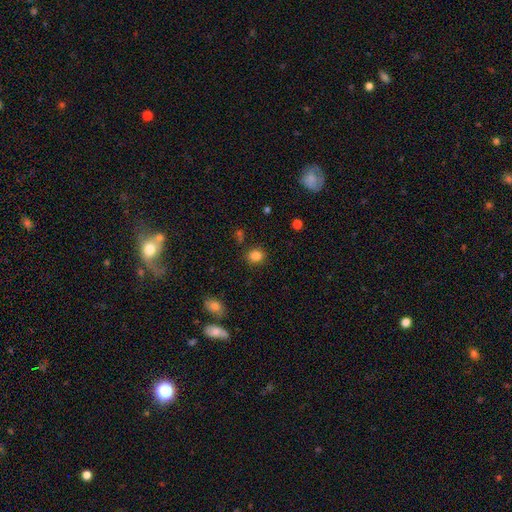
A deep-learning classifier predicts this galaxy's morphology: This appears to be a smooth galaxy with no disk features (84%) that is round (69%). Merging: none (84%).